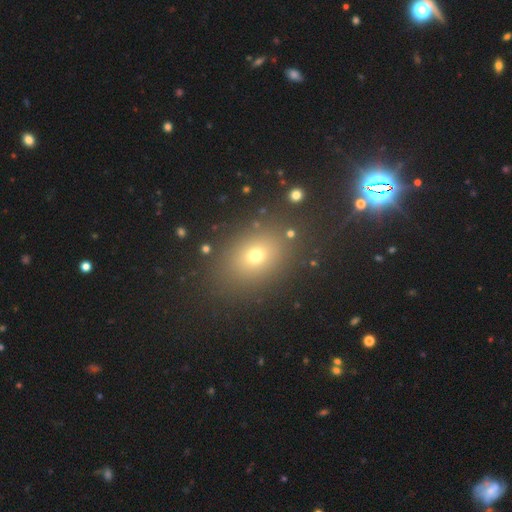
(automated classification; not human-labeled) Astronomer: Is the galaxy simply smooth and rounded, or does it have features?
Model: smooth — 65%.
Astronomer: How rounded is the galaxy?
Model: in between — 55% (runner-up: round, 43%).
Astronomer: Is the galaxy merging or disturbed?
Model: none — 84%.